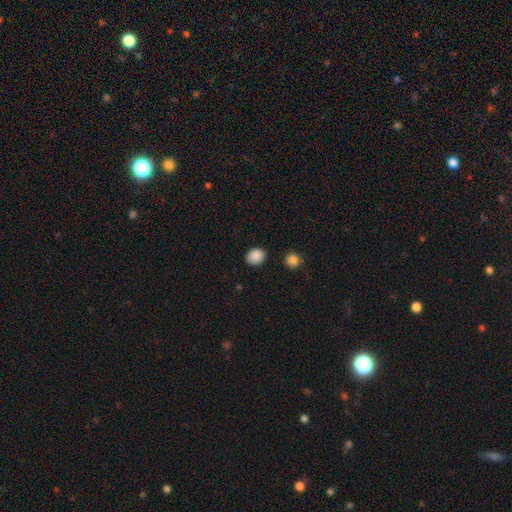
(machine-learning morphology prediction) Overall: smooth (88%). How rounded: round (63%; in between 36%). Merging: none (85%).